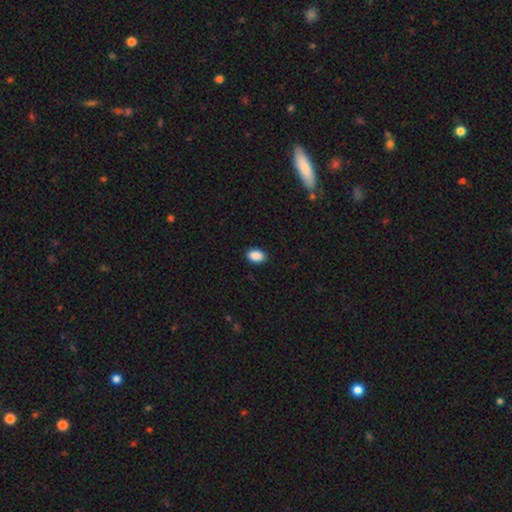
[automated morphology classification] smooth-or-featured: smooth: 90% | star or artifact: 7% | featured or disk: 3%
  how-rounded: in between: 89% | round: 10% | cigar-shaped: 1%
  merging: none: 90% | minor disturbance: 8% | major disturbance: 2% | merger: 1%